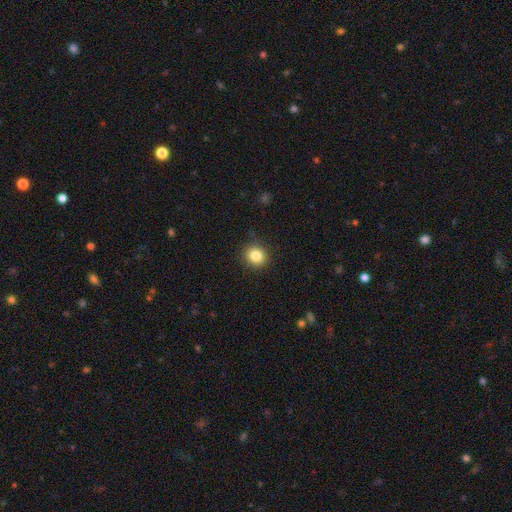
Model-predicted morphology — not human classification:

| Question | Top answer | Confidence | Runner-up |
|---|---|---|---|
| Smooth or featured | smooth | 84% | star or artifact (11%) |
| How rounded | round | 89% | in between (10%) |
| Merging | none | 89% | minor disturbance (8%) |